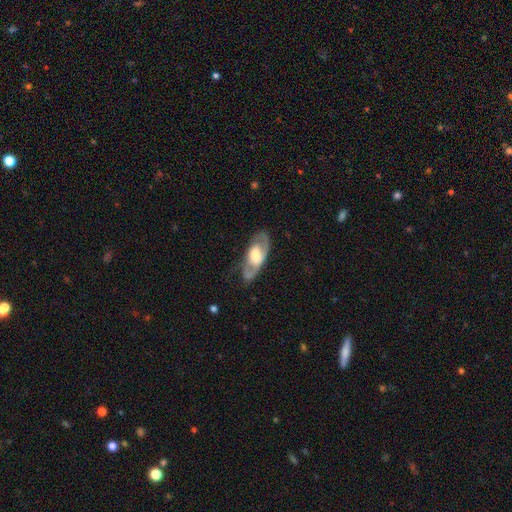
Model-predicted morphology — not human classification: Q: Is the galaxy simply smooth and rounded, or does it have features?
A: featured or disk — 66%.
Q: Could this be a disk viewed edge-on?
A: no — 81%.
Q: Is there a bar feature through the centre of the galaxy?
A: no — 53%.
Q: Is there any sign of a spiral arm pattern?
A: yes — 63%.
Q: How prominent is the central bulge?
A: large — 48%.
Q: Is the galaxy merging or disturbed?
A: none — 71%.